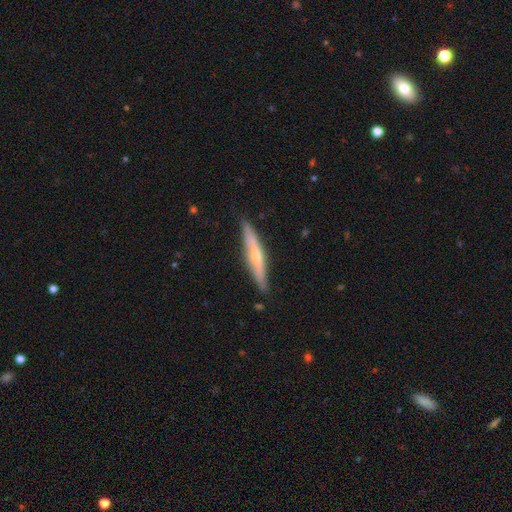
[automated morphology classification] Overall: featured or disk (57%; smooth 37%). Edge-on disk: yes (92%). Edge-on bulge: rounded (69%). Merging: none (84%).